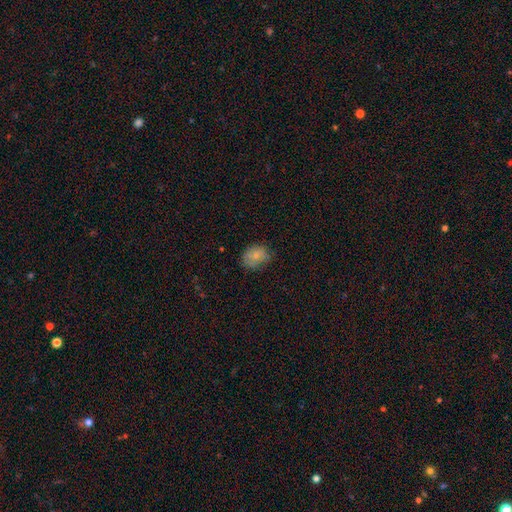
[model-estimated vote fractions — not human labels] This appears to be a smooth galaxy with no disk features (75%) that is in between round and cigar-shaped (58%). Merging: none (69%).